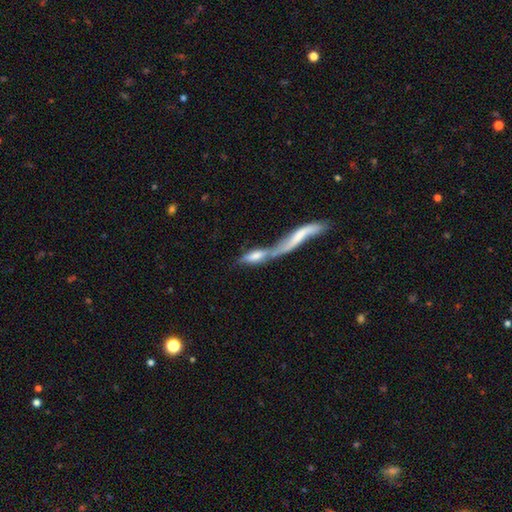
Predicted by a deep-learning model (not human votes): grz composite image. It shows a smooth galaxy with no disk features (59%) that is cigar-shaped (54%). Merging: merger (78%).